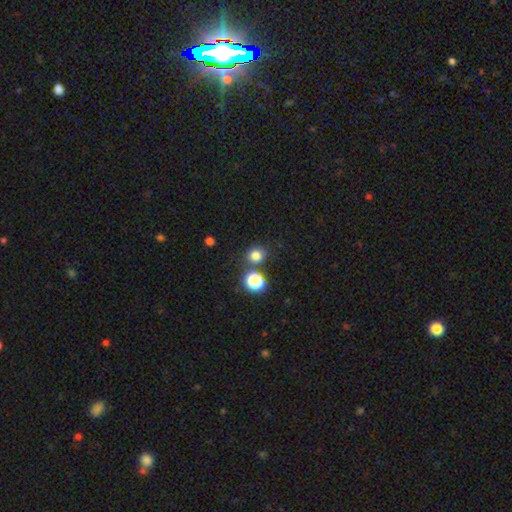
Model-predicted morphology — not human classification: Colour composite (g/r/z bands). It shows a smooth galaxy with no disk features (78%) that is round (84%). Merging: none (75%).